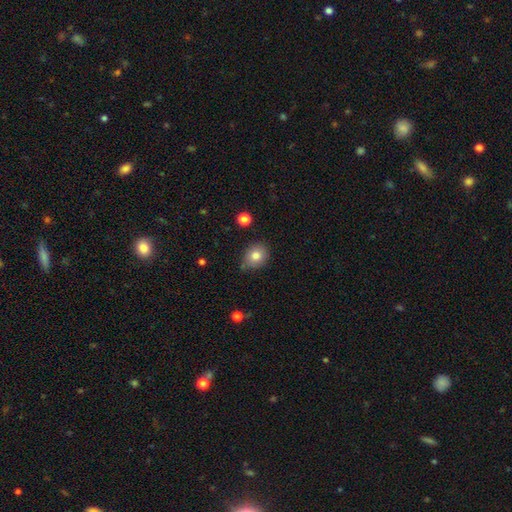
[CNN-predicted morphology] smooth_or_featured: smooth (p=0.81) [alt: star or artifact p=0.10]
how_rounded: round (p=0.65) [alt: in between p=0.34]
merging: none (p=0.73) [alt: minor disturbance p=0.20]